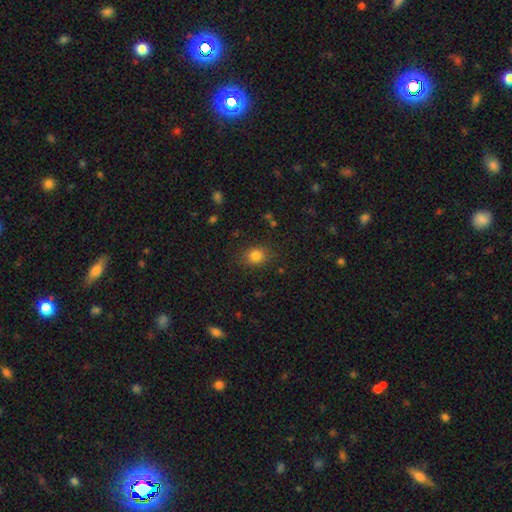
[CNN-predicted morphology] Smooth or featured? Predicted: smooth (p=0.82). How rounded? Predicted: round (p=0.60). Merging? Predicted: none (p=0.84).